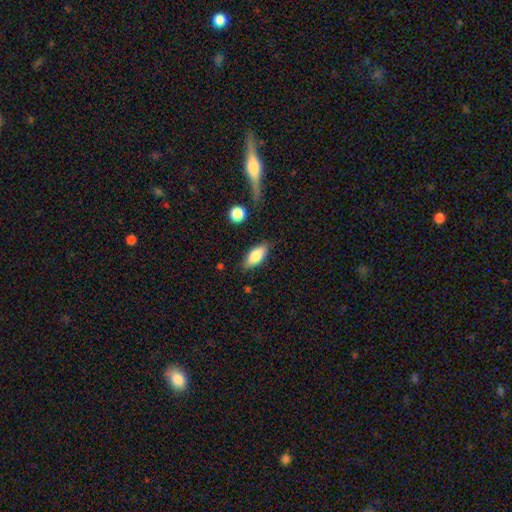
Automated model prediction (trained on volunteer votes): A smooth galaxy with no disk features (81%) that is in between round and cigar-shaped (84%). Merging: none (81%).